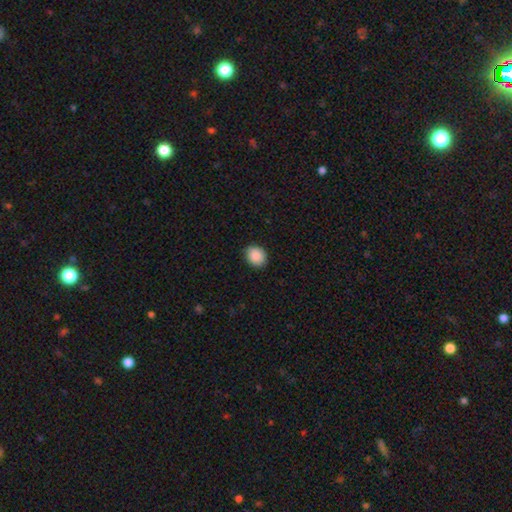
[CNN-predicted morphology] This is clearly a smooth galaxy (89%). How rounded: likely round (63%). Merging: clearly none (85%).